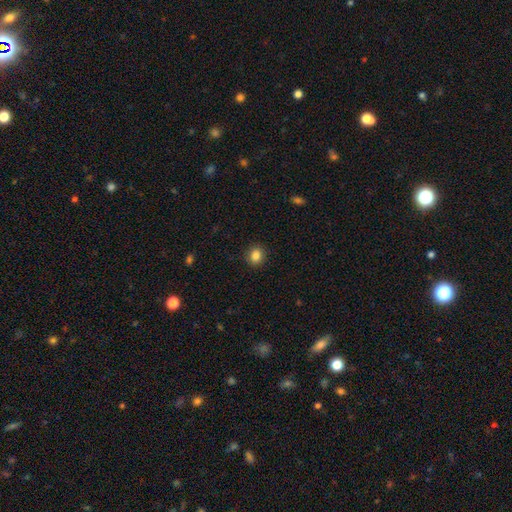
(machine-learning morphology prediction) smooth_or_featured: smooth (p=0.85) [alt: star or artifact p=0.10]
how_rounded: round (p=0.75) [alt: in between p=0.24]
merging: none (p=0.90) [alt: minor disturbance p=0.07]